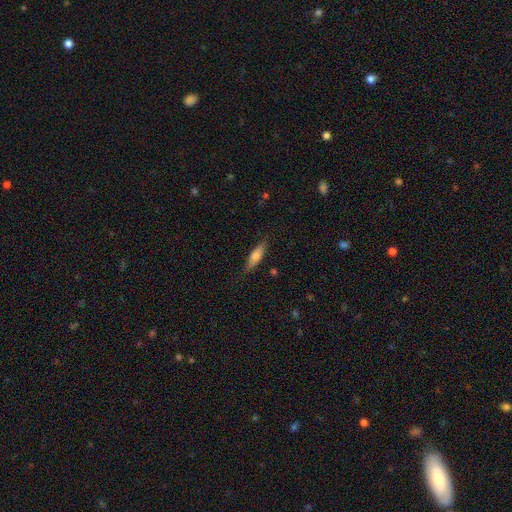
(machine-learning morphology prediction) smooth_or_featured: smooth (p=0.67) [alt: featured or disk p=0.26]
how_rounded: cigar-shaped (p=0.64) [alt: in between p=0.34]
merging: none (p=0.84) [alt: minor disturbance p=0.12]